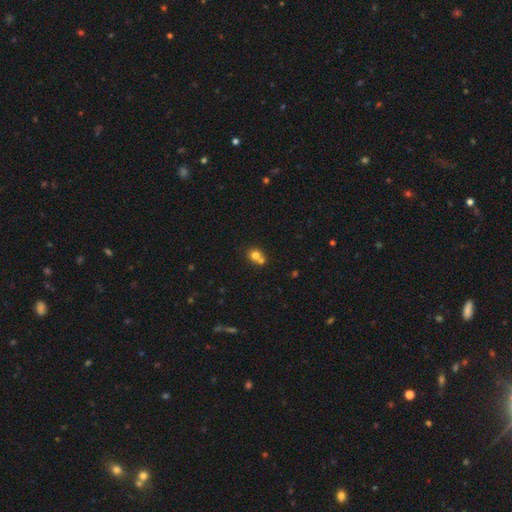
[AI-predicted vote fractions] Smooth or featured: smooth — 75% (star or artifact — 13%)
How rounded: round — 80% (in between — 19%)
Merging: merger — 50% (none — 41%)